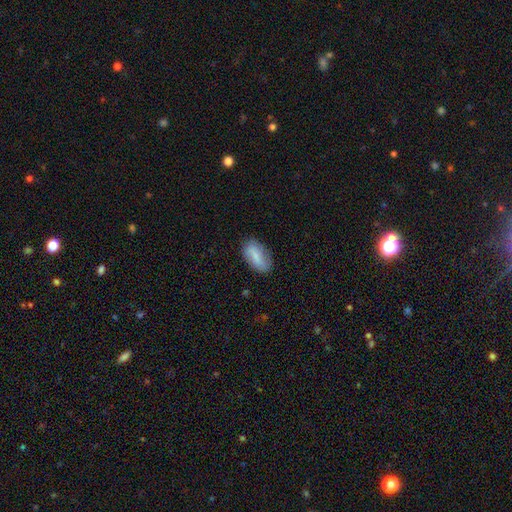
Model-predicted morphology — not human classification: Smooth or featured?
  - smooth: 74% *
  - featured or disk: 20%
  - star or artifact: 7%
How rounded?
  - in between: 92% *
  - cigar-shaped: 4%
  - round: 4%
Merging?
  - none: 77% *
  - minor disturbance: 17%
  - major disturbance: 4%
  - merger: 1%